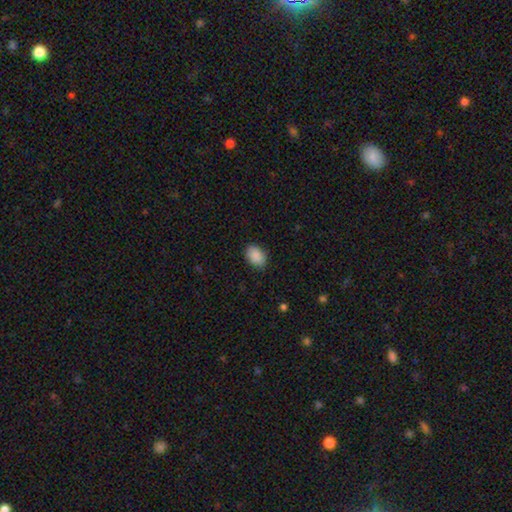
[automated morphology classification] Smooth or featured? smooth (90%)
How rounded? in between (80%)
Merging? none (86%)